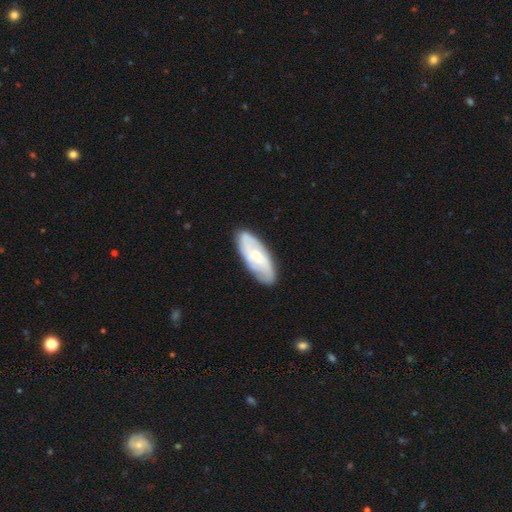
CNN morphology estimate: Smooth or featured? featured or disk (56%)
Edge-on disk? no (87%)
Merging? none (82%)